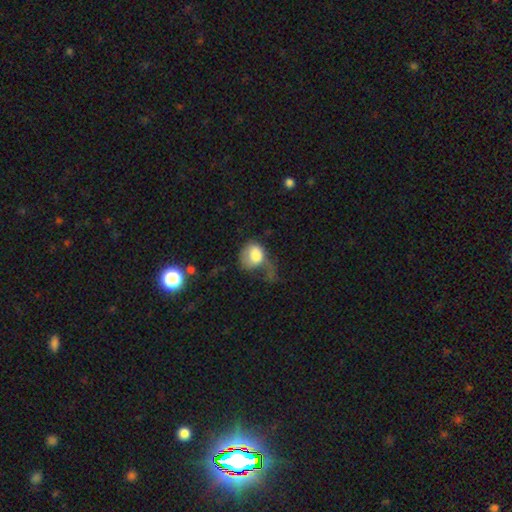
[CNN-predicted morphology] A smooth galaxy with no disk features (74%) that is round (49%, tied with in between). Merging: major disturbance (54%).